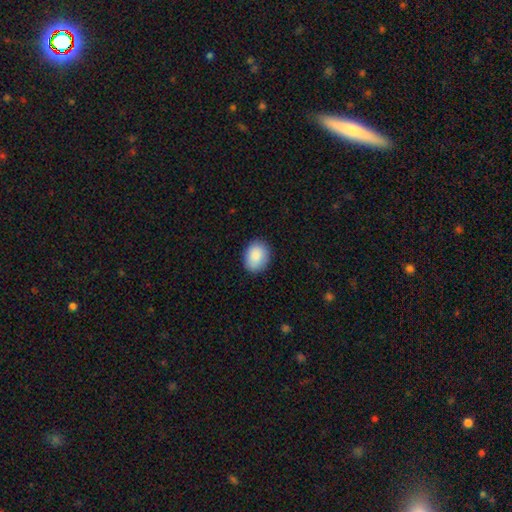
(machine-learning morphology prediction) smooth 89%, star or artifact 7%, featured or disk 4%. Down the decision tree: how rounded — in between (63%); merging — none (86%).